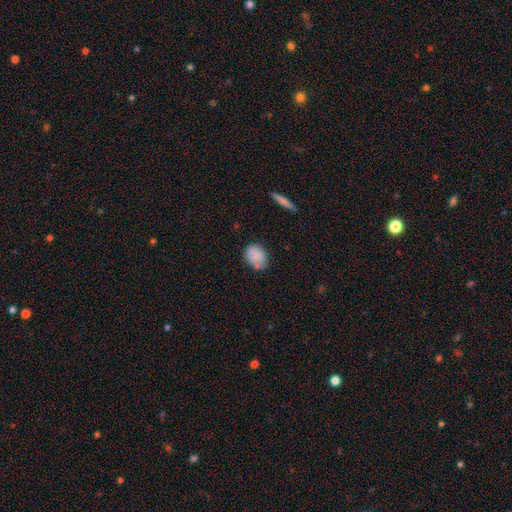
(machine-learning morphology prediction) A smooth galaxy with no disk features (83%) that is in between round and cigar-shaped (59%).

Vote fractions:
- Smooth or featured? smooth: 83% / featured or disk: 9% / star or artifact: 8%
- How rounded? in between: 59% / round: 40% / cigar-shaped: 1%
- Merging? none: 74% / minor disturbance: 18% / merger: 4% / major disturbance: 4%